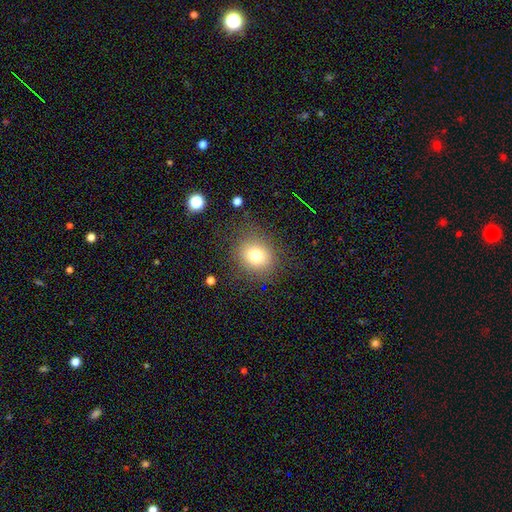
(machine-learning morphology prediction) Overall: smooth (76%). How rounded: round (80%). Merging: none (81%).